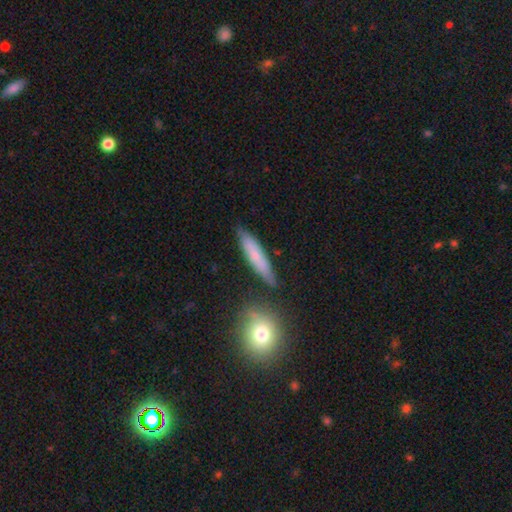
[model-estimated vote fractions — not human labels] The model was most divided on "smooth or featured": smooth: 68%, featured or disk: 25%, star or artifact: 7%. More confident: how rounded — cigar-shaped (85%); merging — none (79%).